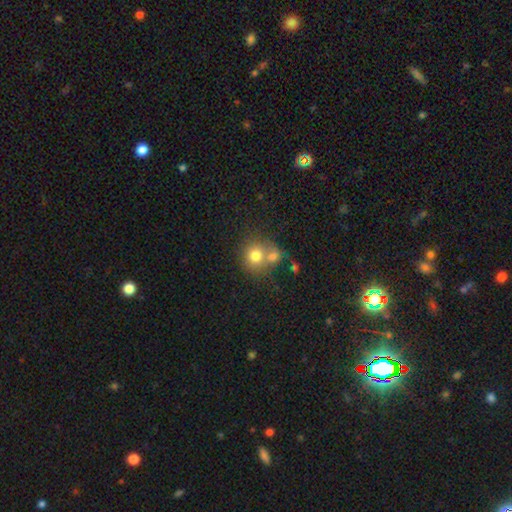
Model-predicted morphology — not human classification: Q: Smooth or featured?
A: smooth (75%); runner-up: featured or disk (15%)
Q: How rounded?
A: round (82%); runner-up: in between (17%)
Q: Merging?
A: merger (50%); runner-up: none (38%)